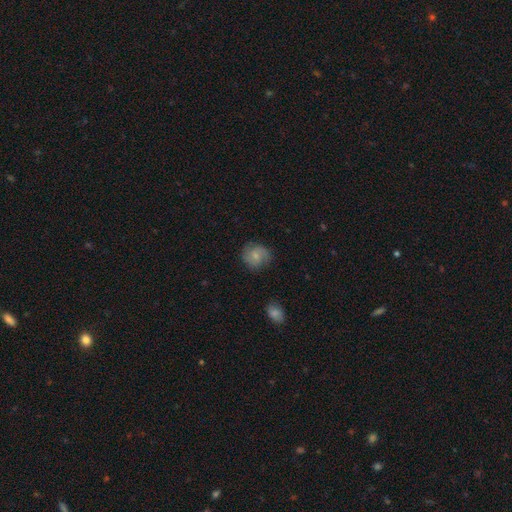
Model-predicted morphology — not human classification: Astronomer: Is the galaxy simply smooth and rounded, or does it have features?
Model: smooth — 68%.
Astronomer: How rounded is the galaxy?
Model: round — 82%.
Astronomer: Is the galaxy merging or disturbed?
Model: none — 77%.